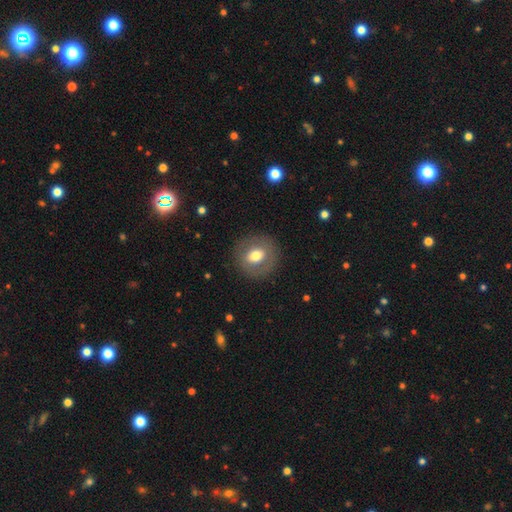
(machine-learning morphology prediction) Overall: smooth (64%; featured or disk 28%). How rounded: round (82%). Merging: none (87%).